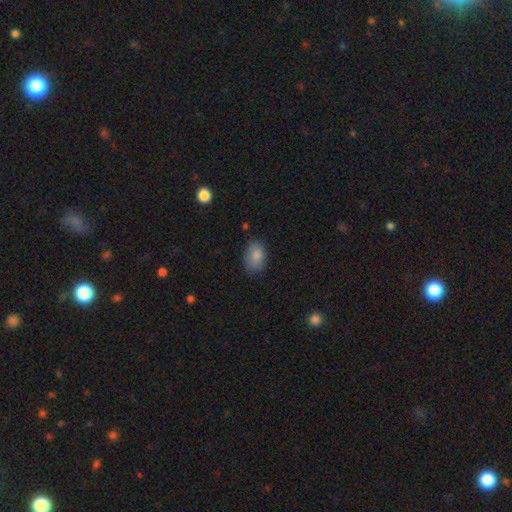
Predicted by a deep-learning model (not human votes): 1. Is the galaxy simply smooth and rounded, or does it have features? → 86% smooth, 7% star or artifact, 7% featured or disk.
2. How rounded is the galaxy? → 82% in between, 16% round, 1% cigar-shaped.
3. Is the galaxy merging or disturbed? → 76% none, 19% minor disturbance, 4% major disturbance, 1% merger.